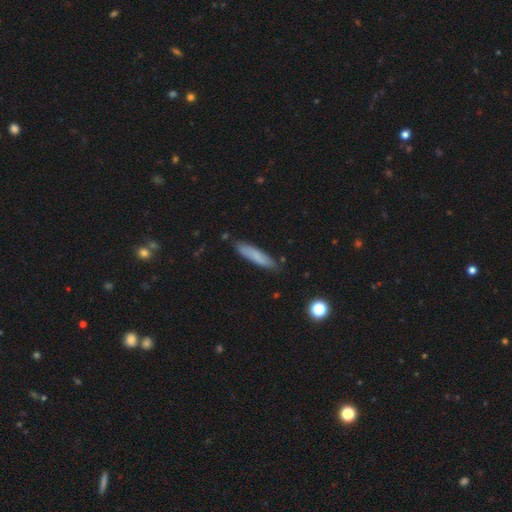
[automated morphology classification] The model was most divided on "smooth or featured": smooth: 78%, featured or disk: 15%, star or artifact: 7%. More confident: how rounded — cigar-shaped (84%); merging — none (84%).